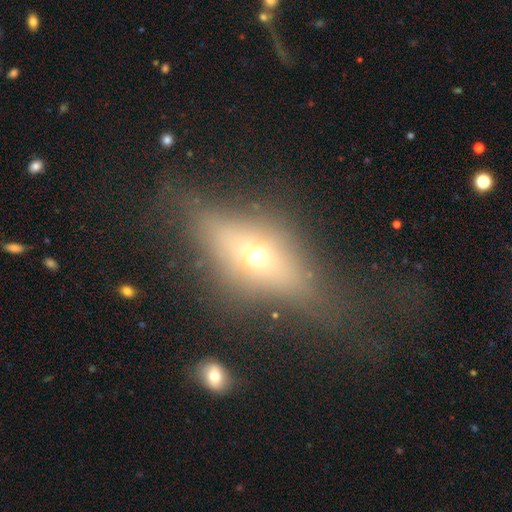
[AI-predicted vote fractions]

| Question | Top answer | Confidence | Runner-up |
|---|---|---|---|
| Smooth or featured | featured or disk | 48% | smooth (37%) |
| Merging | none | 53% | major disturbance (23%) |